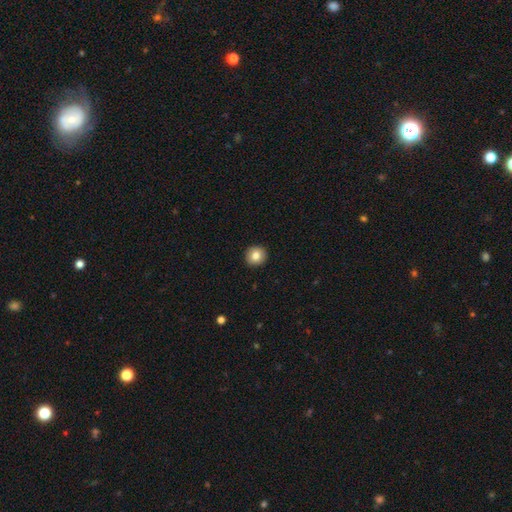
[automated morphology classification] smooth 83%, featured or disk 9%, star or artifact 8%. Down the decision tree: how rounded — round (92%); merging — none (93%).